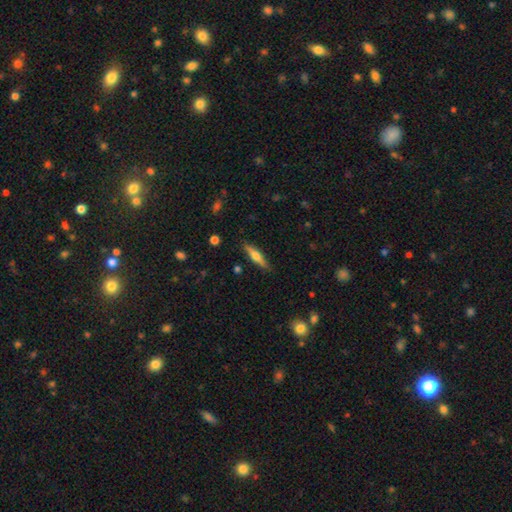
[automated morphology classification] Q: Smooth or featured?
A: featured or disk (52%); runner-up: smooth (42%)
Q: Edge-on disk?
A: yes (95%); runner-up: no (5%)
Q: Merging?
A: none (87%); runner-up: minor disturbance (9%)